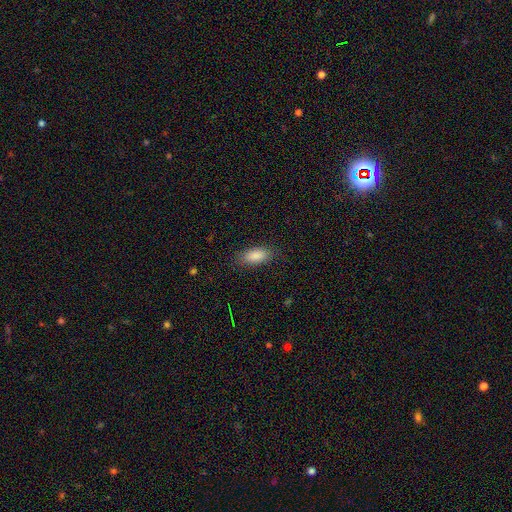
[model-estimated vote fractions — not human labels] Smooth or featured?
  - smooth: 87% *
  - star or artifact: 7%
  - featured or disk: 5%
How rounded?
  - in between: 85% *
  - cigar-shaped: 12%
  - round: 3%
Merging?
  - none: 84% *
  - minor disturbance: 12%
  - major disturbance: 4%
  - merger: 1%